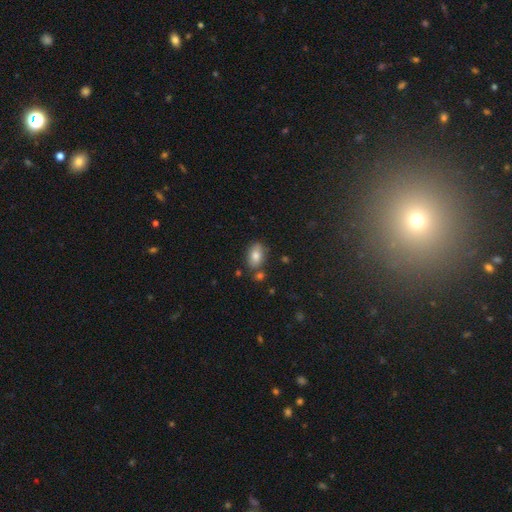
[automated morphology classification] Overall: smooth (80%). How rounded: in between (88%). Merging: none (76%).